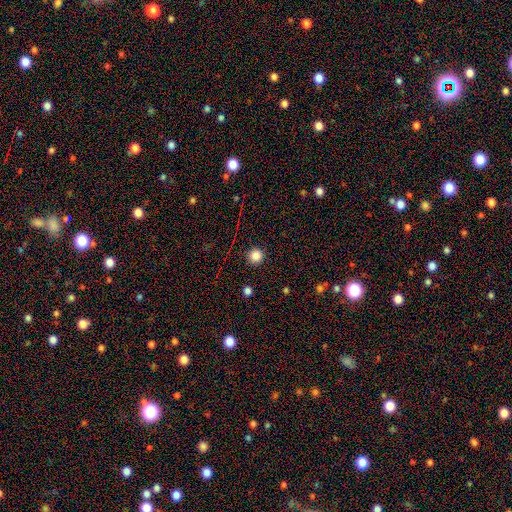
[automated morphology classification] Smooth or featured? Predicted: smooth (p=0.84). How rounded? Predicted: round (p=0.96). Merging? Predicted: none (p=0.92).